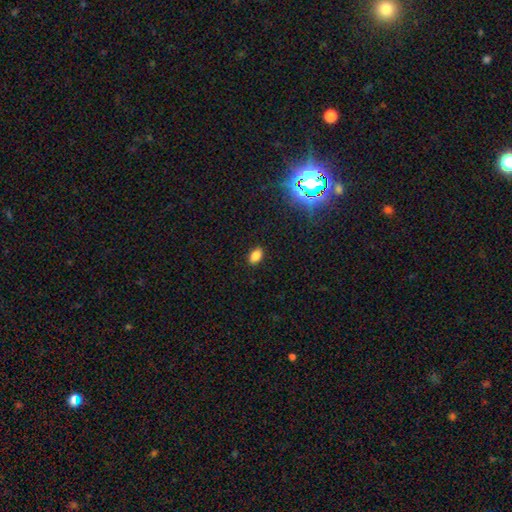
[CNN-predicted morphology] Overall: smooth (84%). How rounded: in between (88%). Merging: none (88%).